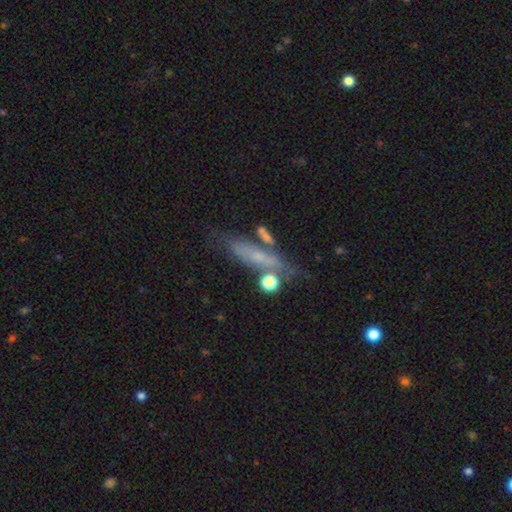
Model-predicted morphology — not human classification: This is possibly a smooth galaxy (48%). Merging: possibly none (54%).